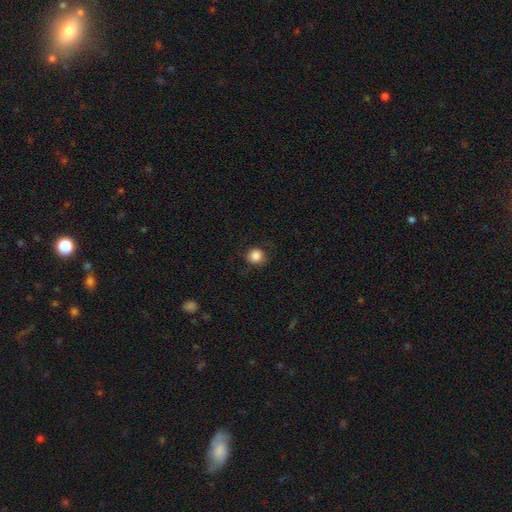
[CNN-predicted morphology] Overall: smooth (86%). How rounded: round (91%). Merging: none (84%).